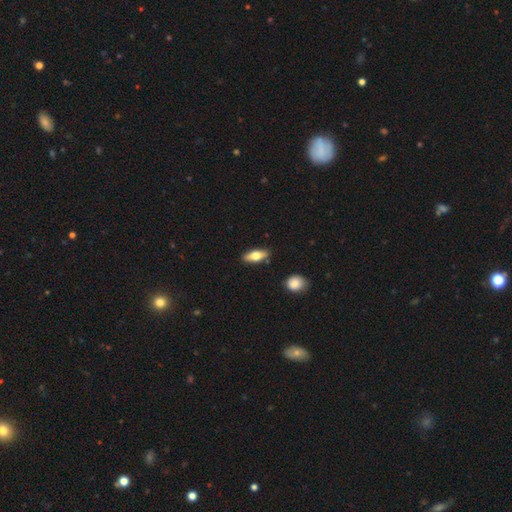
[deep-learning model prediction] Smooth or featured? Predicted: smooth (p=0.63). How rounded? Predicted: in between (p=0.70). Merging? Predicted: none (p=0.86).